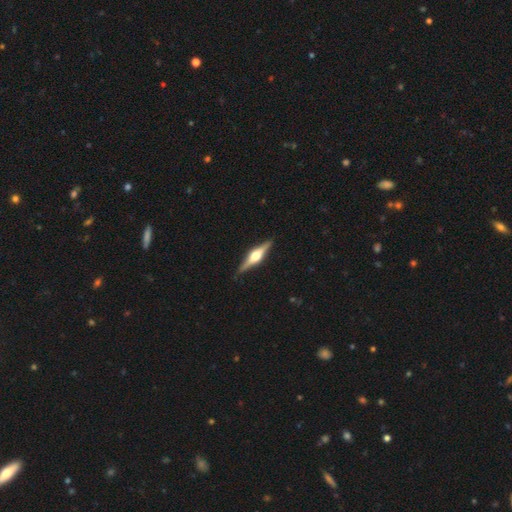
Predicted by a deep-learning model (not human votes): Smooth or featured? featured or disk (79%)
Edge-on disk? yes (98%)
Edge-on bulge? rounded (93%)
Merging? none (90%)